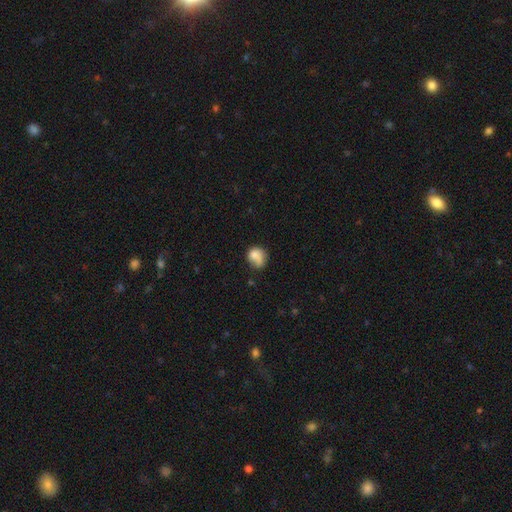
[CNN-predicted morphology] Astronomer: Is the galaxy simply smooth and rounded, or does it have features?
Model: smooth — 74%.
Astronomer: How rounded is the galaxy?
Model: round — 60% (runner-up: in between, 39%).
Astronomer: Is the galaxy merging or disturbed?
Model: none — 39% (runner-up: minor disturbance, 27%).